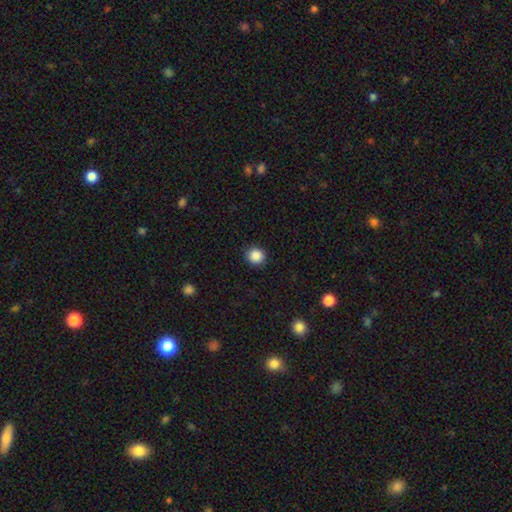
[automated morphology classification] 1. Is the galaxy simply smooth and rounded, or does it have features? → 88% smooth, 10% star or artifact, 3% featured or disk.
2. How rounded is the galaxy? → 90% round, 9% in between, 1% cigar-shaped.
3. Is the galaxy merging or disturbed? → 90% none, 7% minor disturbance, 2% major disturbance, 1% merger.